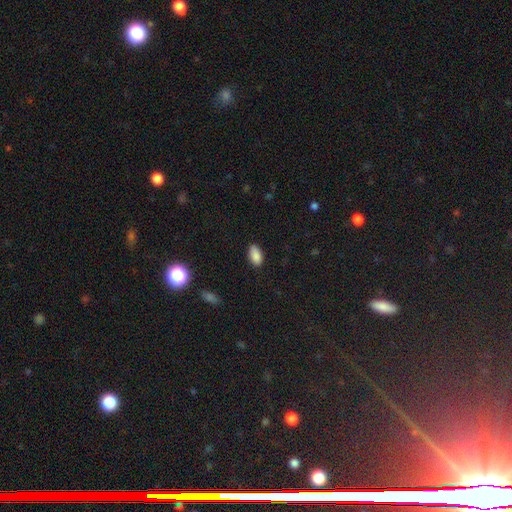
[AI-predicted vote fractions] This is clearly a smooth galaxy (86%). How rounded: clearly in between (93%). Merging: clearly none (82%).